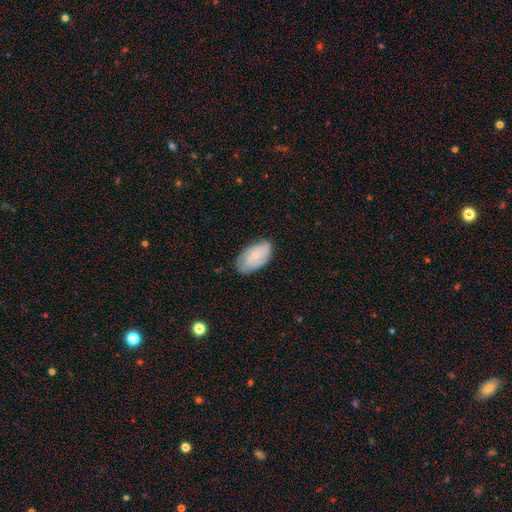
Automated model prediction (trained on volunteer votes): Smooth or featured? Predicted: smooth (p=0.49). Merging? Predicted: none (p=0.72).